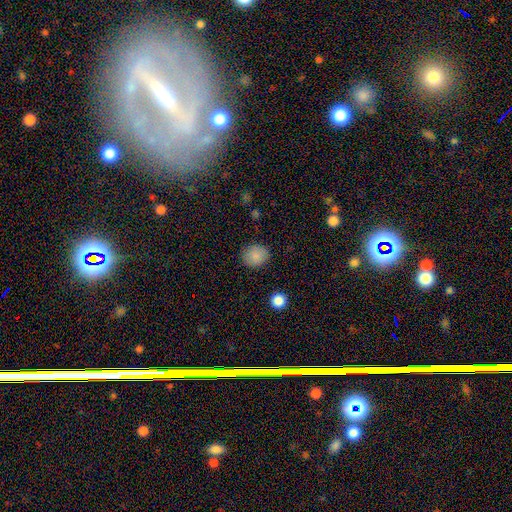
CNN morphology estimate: smooth 86%, star or artifact 9%, featured or disk 5%. Down the decision tree: how rounded — round (77%); merging — none (87%).